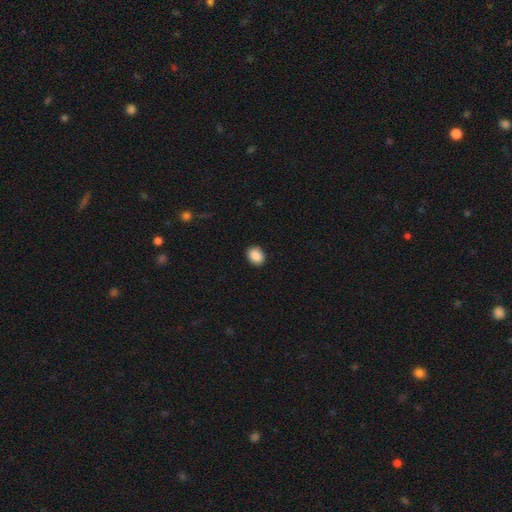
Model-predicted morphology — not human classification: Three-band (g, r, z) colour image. It shows a smooth galaxy with no disk features (89%) that is in between round and cigar-shaped (55%). Merging: none (90%).